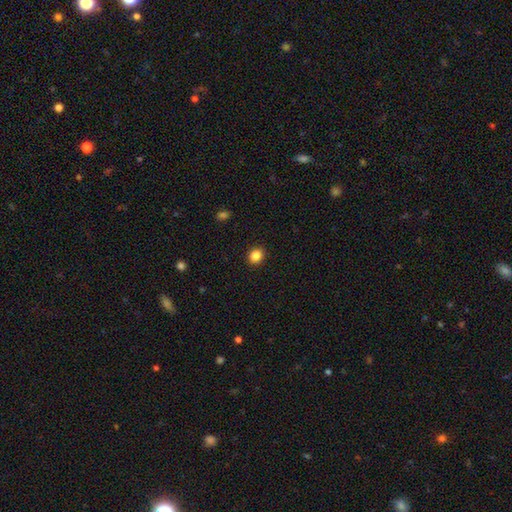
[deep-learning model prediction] Q: Smooth or featured?
A: smooth (86%); runner-up: star or artifact (10%)
Q: How rounded?
A: round (67%); runner-up: in between (32%)
Q: Merging?
A: none (91%); runner-up: minor disturbance (6%)